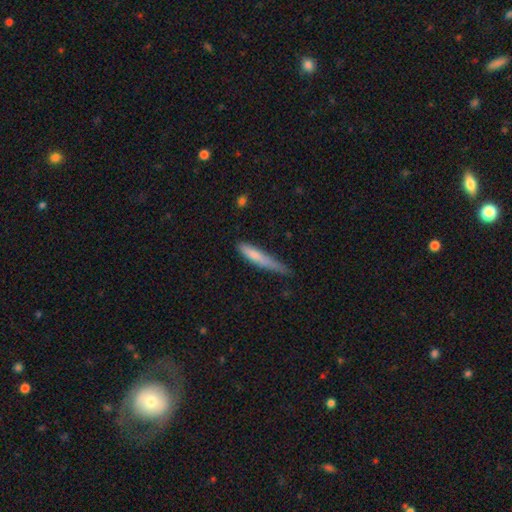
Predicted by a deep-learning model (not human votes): Q: Smooth or featured?
A: smooth (73%); runner-up: featured or disk (20%)
Q: How rounded?
A: cigar-shaped (89%); runner-up: in between (9%)
Q: Merging?
A: none (45%); runner-up: minor disturbance (40%)